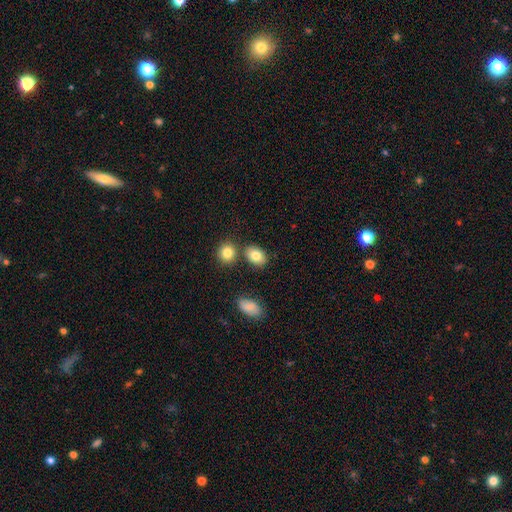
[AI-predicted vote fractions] smooth-or-featured: smooth: 82% | featured or disk: 9% | star or artifact: 9%
  how-rounded: in between: 78% | round: 21% | cigar-shaped: 1%
  merging: none: 73% | merger: 13% | minor disturbance: 11% | major disturbance: 3%